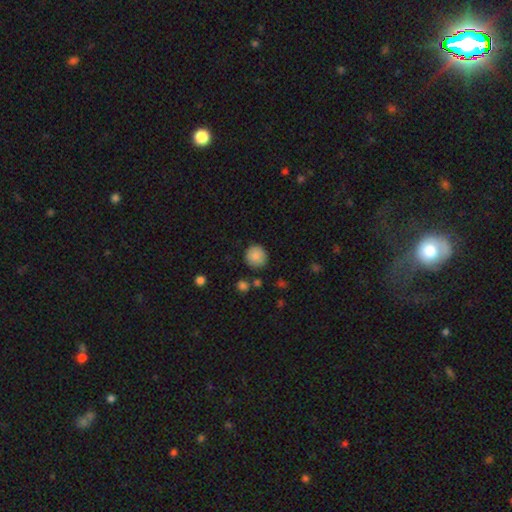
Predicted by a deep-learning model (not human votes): This appears to be a smooth galaxy with no disk features (87%) that is round (92%). Merging: none (86%).